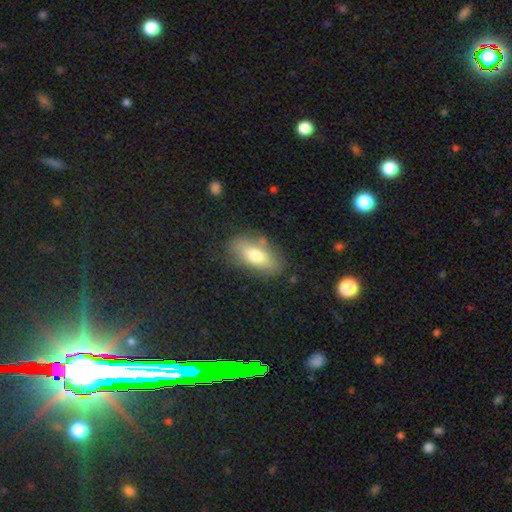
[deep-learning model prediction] Smooth or featured? smooth (72%)
How rounded? in between (85%)
Merging? none (75%)